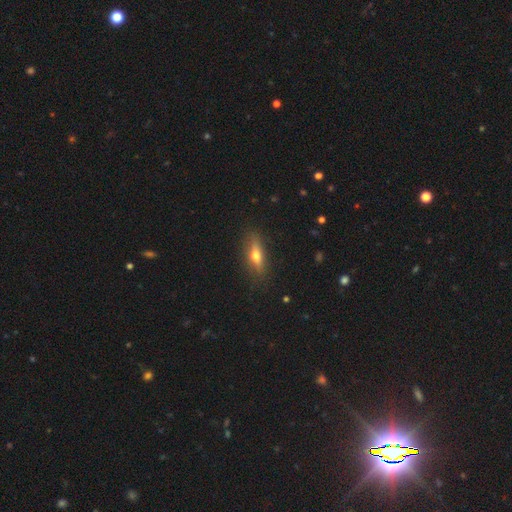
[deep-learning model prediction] smooth 51%, featured or disk 41%, star or artifact 8%. Down the decision tree: how rounded — cigar-shaped (51%); merging — none (83%).